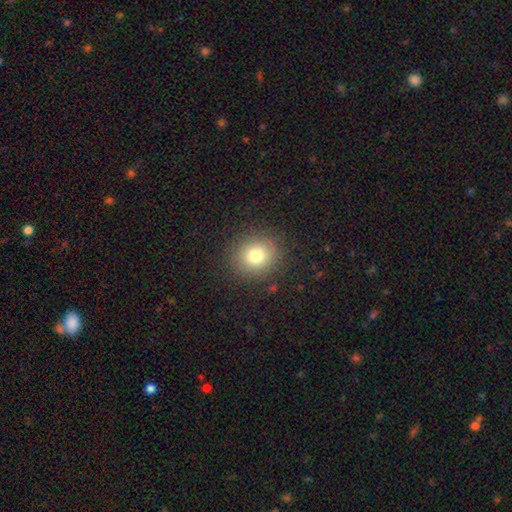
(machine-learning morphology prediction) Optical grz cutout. It shows a smooth galaxy with no disk features (77%) that is round (87%). Merging: none (88%).